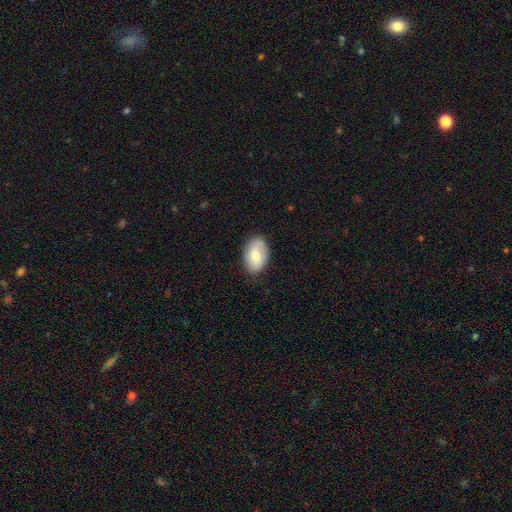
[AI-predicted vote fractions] This appears to be a smooth galaxy with no disk features (65%) that is in between round and cigar-shaped (89%). Merging: none (80%).